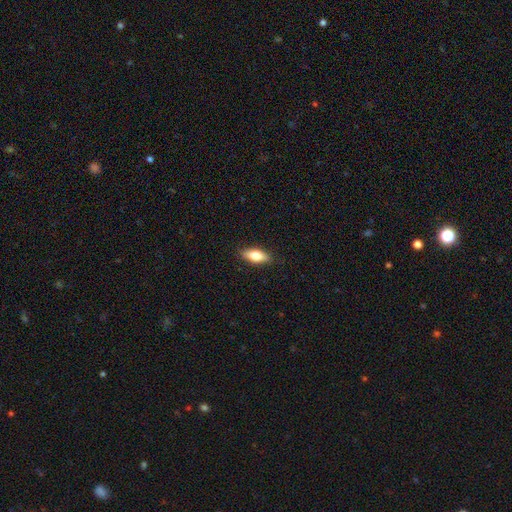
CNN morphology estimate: Overall: smooth (74%). How rounded: in between (76%). Merging: none (87%).